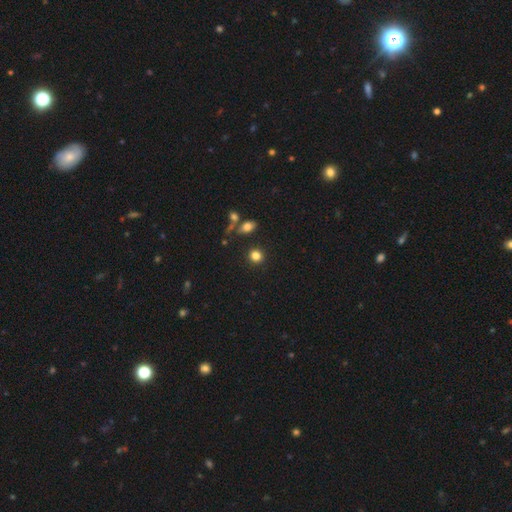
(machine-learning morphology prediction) smooth 82%, star or artifact 12%, featured or disk 7%. Down the decision tree: how rounded — round (85%); merging — none (84%).